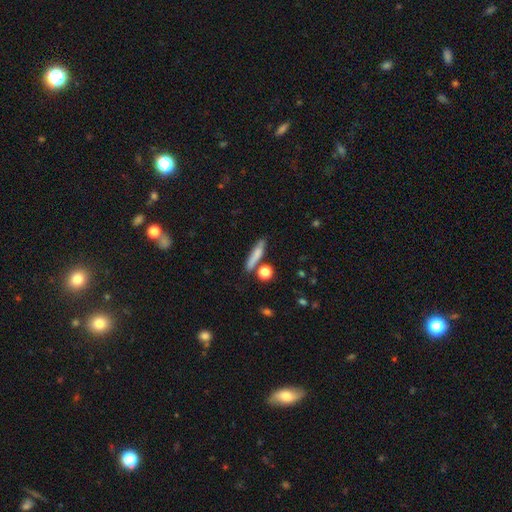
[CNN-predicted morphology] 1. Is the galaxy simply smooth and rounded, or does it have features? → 74% smooth, 18% featured or disk, 8% star or artifact.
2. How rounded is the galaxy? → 80% cigar-shaped, 13% in between, 7% round.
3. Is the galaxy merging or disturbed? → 75% none, 13% minor disturbance, 9% merger, 4% major disturbance.